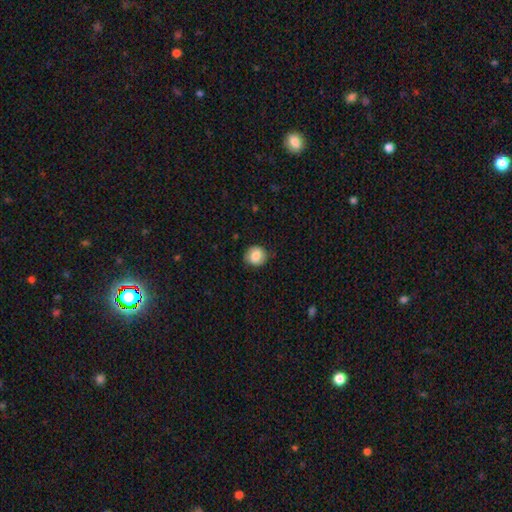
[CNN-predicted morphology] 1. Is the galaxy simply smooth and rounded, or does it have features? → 84% smooth, 8% featured or disk, 8% star or artifact.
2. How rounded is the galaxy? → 85% round, 14% in between, 1% cigar-shaped.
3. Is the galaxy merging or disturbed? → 82% none, 14% minor disturbance, 3% major disturbance, 1% merger.